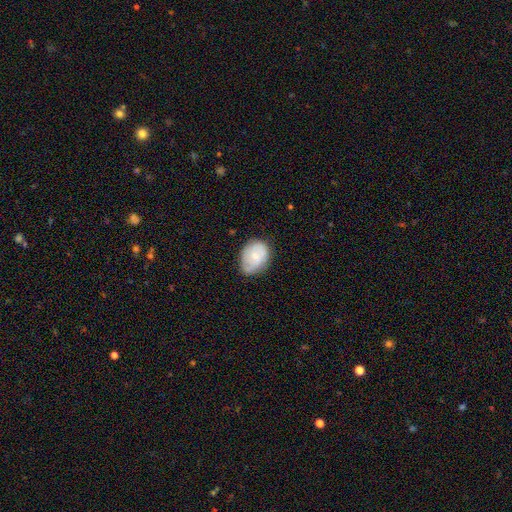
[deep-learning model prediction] smooth-or-featured: smooth: 65% | featured or disk: 28% | star or artifact: 7%
  how-rounded: in between: 71% | round: 28% | cigar-shaped: 1%
  merging: none: 60% | minor disturbance: 32% | major disturbance: 7% | merger: 1%